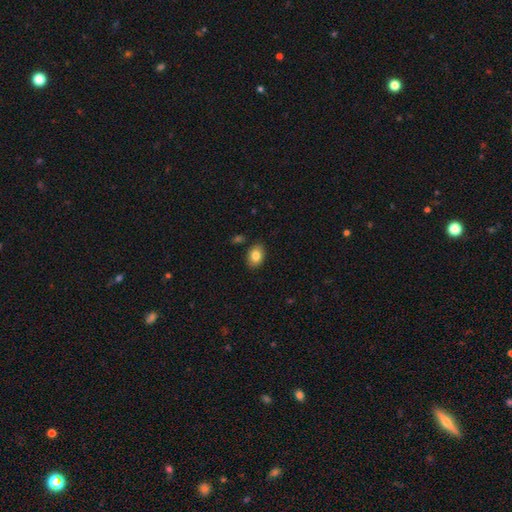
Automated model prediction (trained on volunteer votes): Q: Smooth or featured?
A: smooth (83%); runner-up: featured or disk (9%)
Q: How rounded?
A: in between (78%); runner-up: round (21%)
Q: Merging?
A: none (86%); runner-up: minor disturbance (10%)